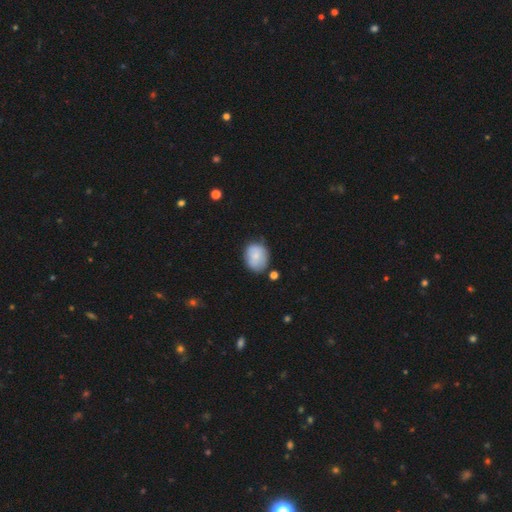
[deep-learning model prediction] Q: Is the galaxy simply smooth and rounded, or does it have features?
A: smooth — 80%.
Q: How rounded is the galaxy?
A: in between — 57%.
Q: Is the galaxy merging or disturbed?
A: none — 64%.